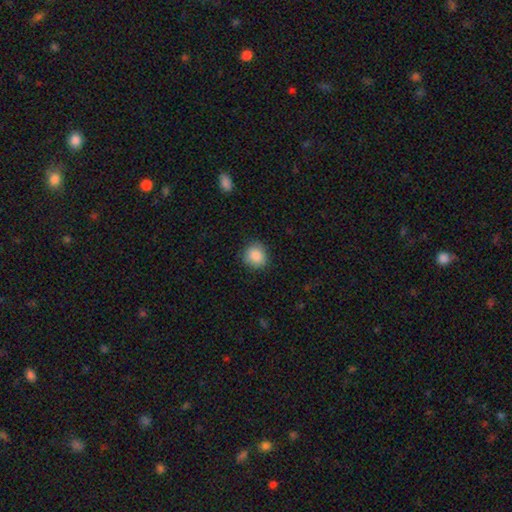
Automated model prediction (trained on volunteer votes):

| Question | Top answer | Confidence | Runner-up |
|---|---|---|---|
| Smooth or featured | smooth | 88% | star or artifact (8%) |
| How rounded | round | 79% | in between (20%) |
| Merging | none | 84% | minor disturbance (12%) |